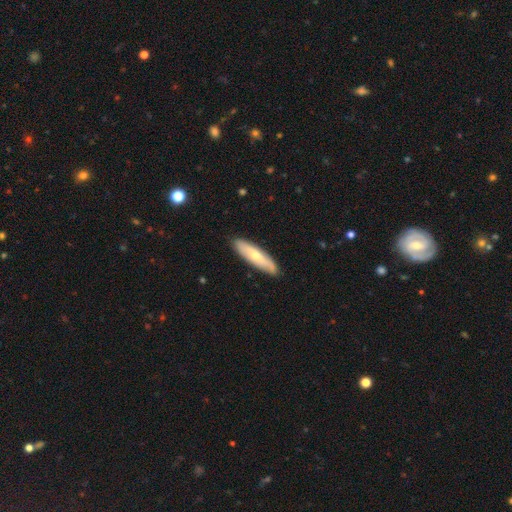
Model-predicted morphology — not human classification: This is possibly a smooth galaxy (56%). How rounded: likely cigar-shaped (71%). Merging: clearly none (88%).